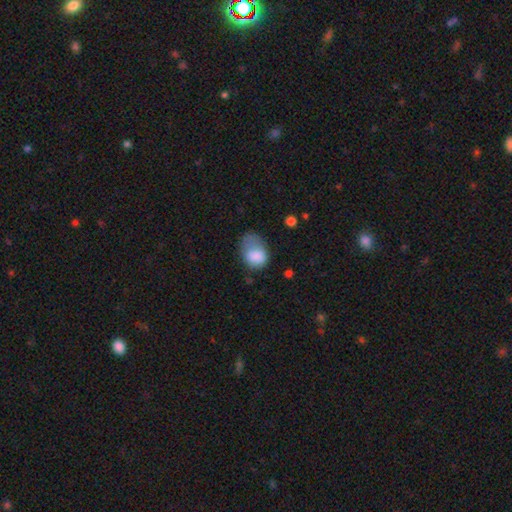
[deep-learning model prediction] smooth-or-featured: smooth: 79% | featured or disk: 12% | star or artifact: 9%
  how-rounded: in between: 69% | round: 30% | cigar-shaped: 1%
  merging: major disturbance: 37% | minor disturbance: 36% | none: 24% | merger: 4%